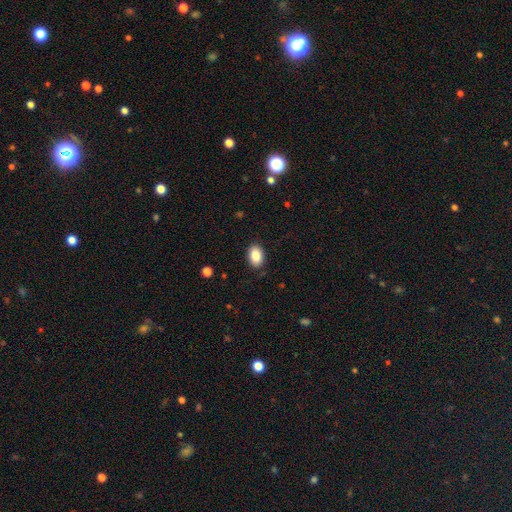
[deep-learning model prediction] A smooth galaxy with no disk features (86%) that is in between round and cigar-shaped (87%). Merging: none (87%).